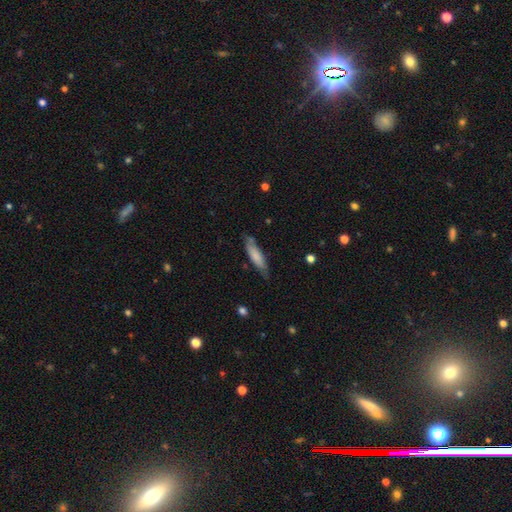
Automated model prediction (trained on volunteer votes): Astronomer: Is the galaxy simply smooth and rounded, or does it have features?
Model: smooth — 75%.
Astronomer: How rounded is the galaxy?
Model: cigar-shaped — 67%.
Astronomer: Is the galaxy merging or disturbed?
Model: none — 68%.